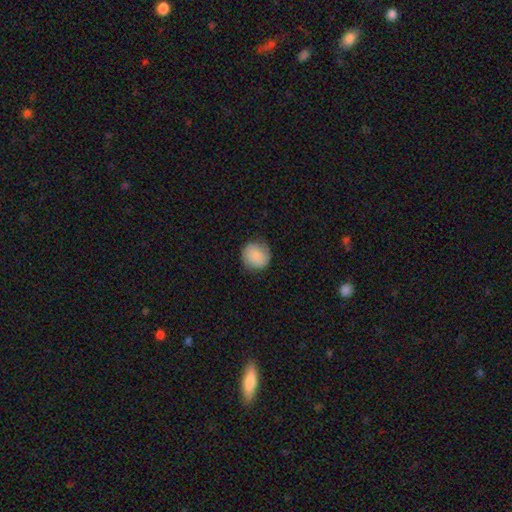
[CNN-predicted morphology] The model was most divided on "merging": none: 80%, minor disturbance: 15%, major disturbance: 4%, merger: 1%. More confident: how rounded — round (91%); smooth or featured — smooth (84%).